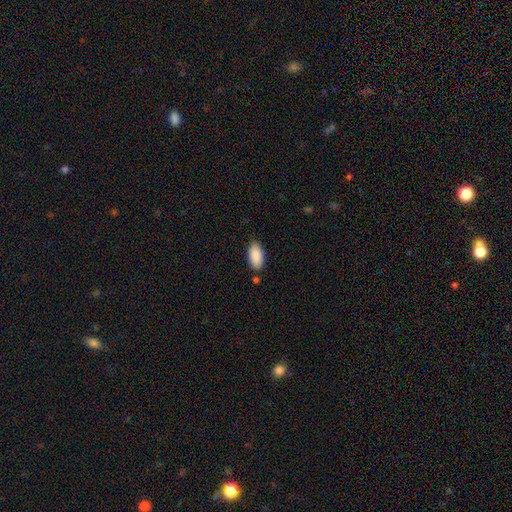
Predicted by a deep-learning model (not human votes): Smooth or featured? Predicted: smooth (p=0.90). How rounded? Predicted: in between (p=0.93). Merging? Predicted: none (p=0.82).